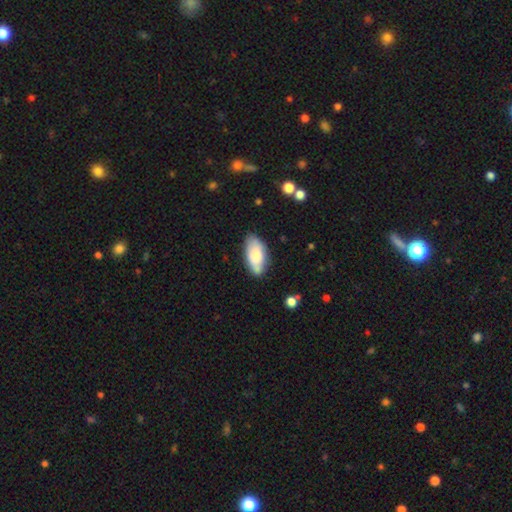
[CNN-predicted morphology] Q: Smooth or featured?
A: smooth (74%); runner-up: featured or disk (20%)
Q: How rounded?
A: in between (90%); runner-up: cigar-shaped (7%)
Q: Merging?
A: none (76%); runner-up: minor disturbance (19%)